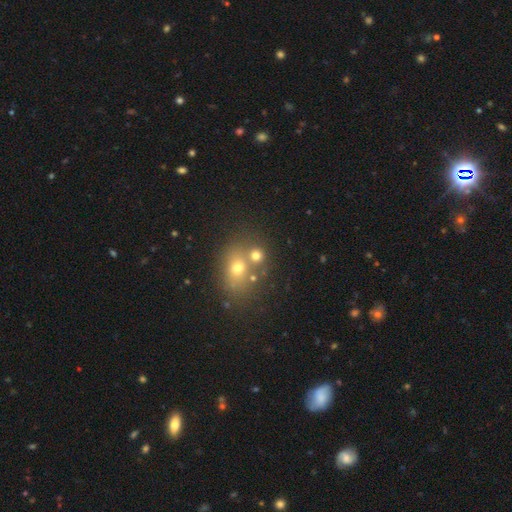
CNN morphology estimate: type=smooth (67%); roundness=round (69%); merging=none (47%).